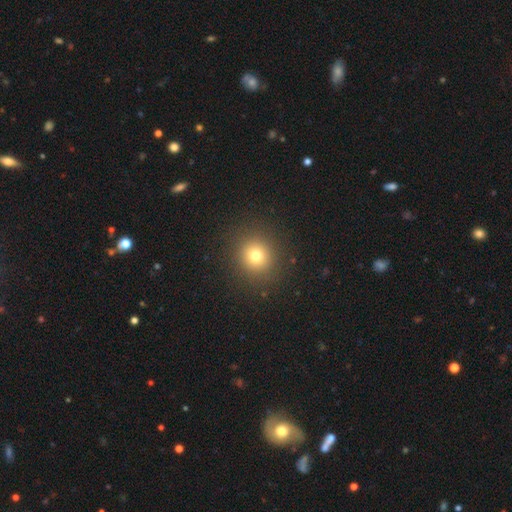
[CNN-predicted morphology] smooth 75%, star or artifact 16%, featured or disk 9%. Down the decision tree: how rounded — round (91%); merging — none (90%).